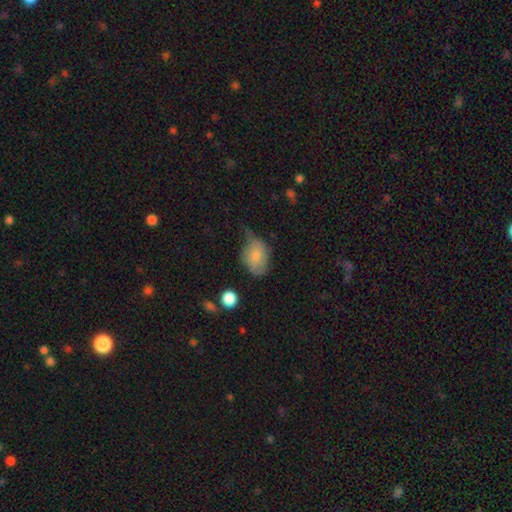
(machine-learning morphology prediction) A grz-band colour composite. It shows a smooth galaxy with no disk features (73%) that is in between round and cigar-shaped (74%). Merging: minor disturbance (40%).